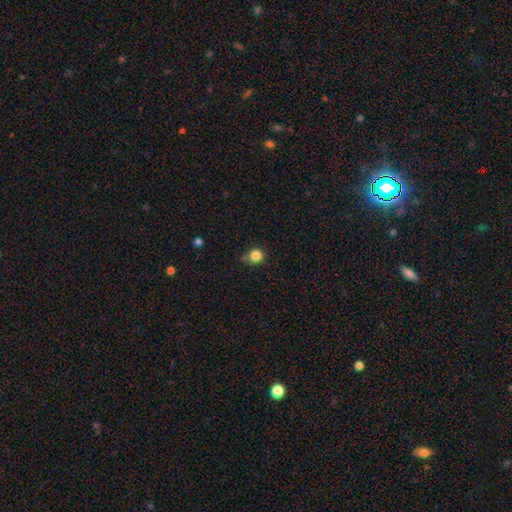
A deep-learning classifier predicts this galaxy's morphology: type=smooth (84%); roundness=round (90%); merging=none (73%).